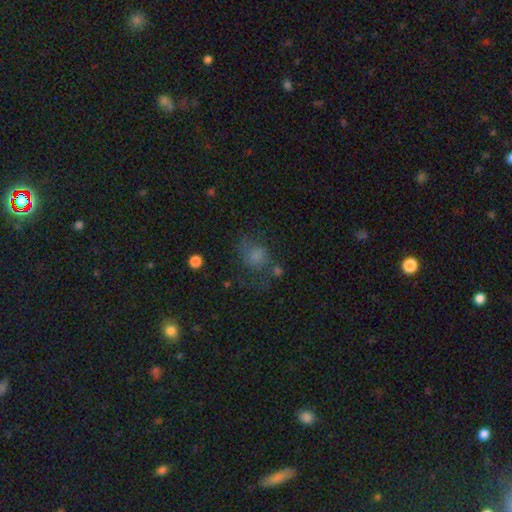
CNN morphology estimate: A smooth galaxy with no disk features (55%) that is round (60%).

Vote fractions:
- Smooth or featured? smooth: 55% / featured or disk: 28% / star or artifact: 17%
- How rounded? round: 60% / in between: 39% / cigar-shaped: 1%
- Merging? none: 47% / major disturbance: 24% / minor disturbance: 23% / merger: 6%